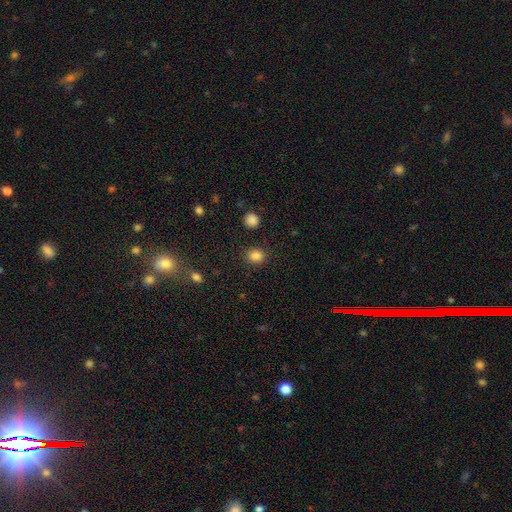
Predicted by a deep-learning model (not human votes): This appears to be a smooth galaxy with no disk features (85%) that is round (74%). Merging: none (87%).